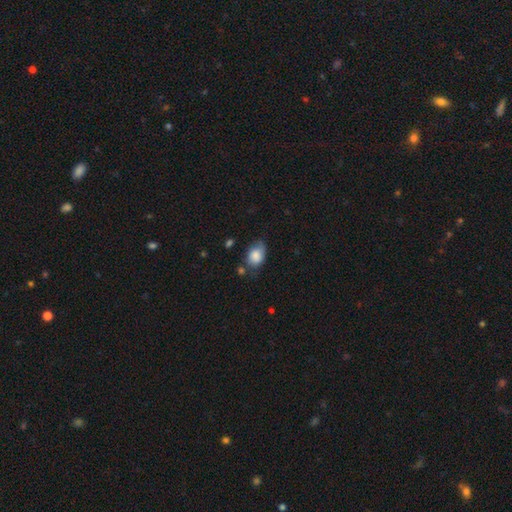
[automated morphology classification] Smooth or featured? Predicted: smooth (p=0.81). How rounded? Predicted: in between (p=0.80). Merging? Predicted: none (p=0.50).